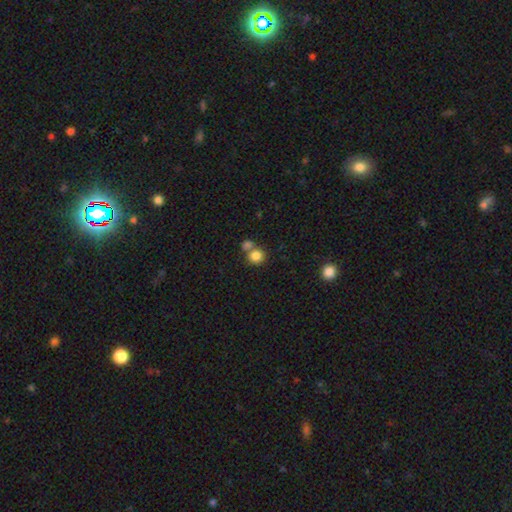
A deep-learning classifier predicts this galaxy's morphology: type=smooth (83%); roundness=round (85%); merging=none (51%).